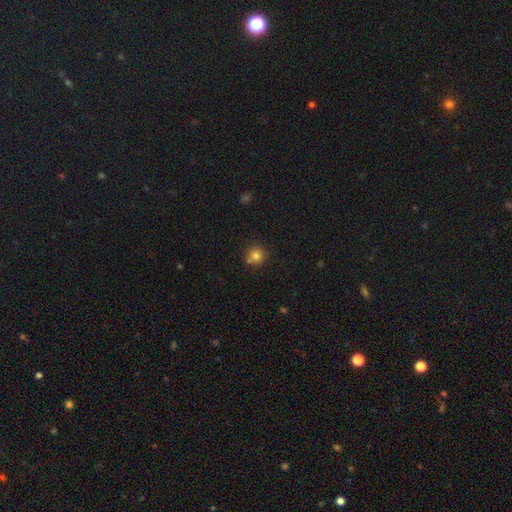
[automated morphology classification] smooth 80%, star or artifact 12%, featured or disk 8%. Down the decision tree: how rounded — round (93%); merging — none (74%).